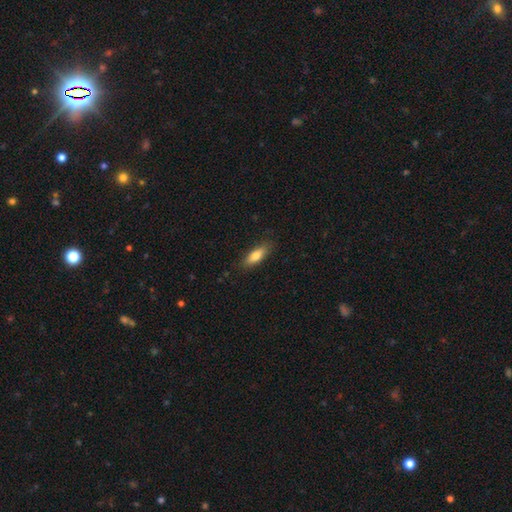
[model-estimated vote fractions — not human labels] This appears to be a smooth galaxy with no disk features (76%) that is in between round and cigar-shaped (61%). Merging: none (84%).